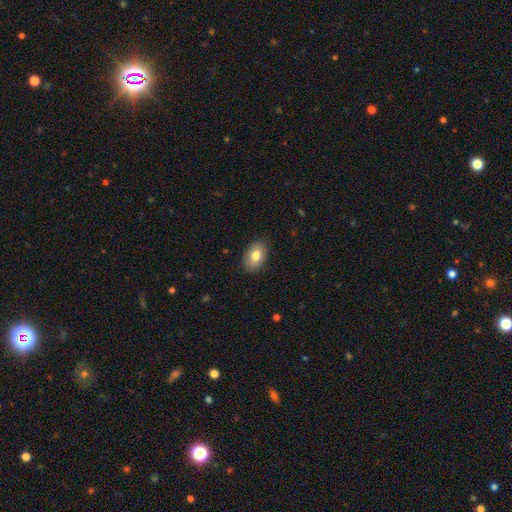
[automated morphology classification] Overall: smooth (78%). How rounded: in between (89%). Merging: none (86%).